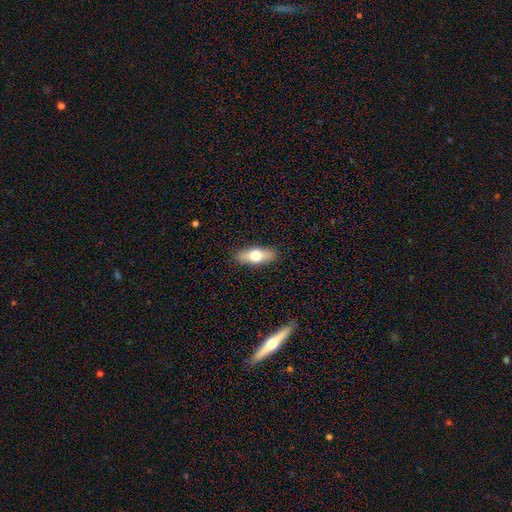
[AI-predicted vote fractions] Morphology: type=smooth (61%); roundness=in between (67%); merging=none (89%).